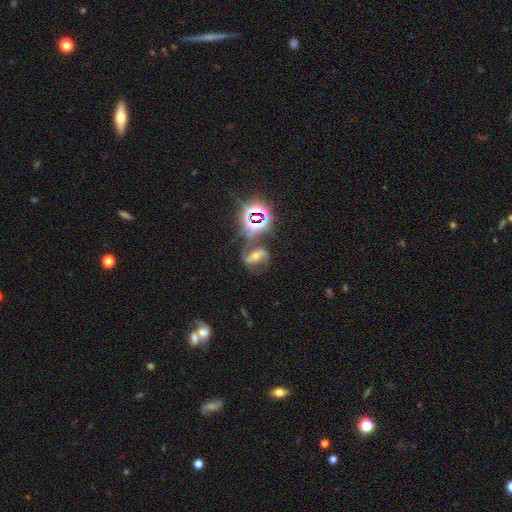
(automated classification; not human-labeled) Smooth or featured: featured or disk — 61% (star or artifact — 27%)
Edge-on disk: no — 94% (yes — 6%)
Bar: strong — 59% (weak — 22%)
Spiral arms: yes — 87% (no — 13%)
Bulge size: moderate — 55% (small — 37%)
Merging: none — 64% (minor disturbance — 16%)